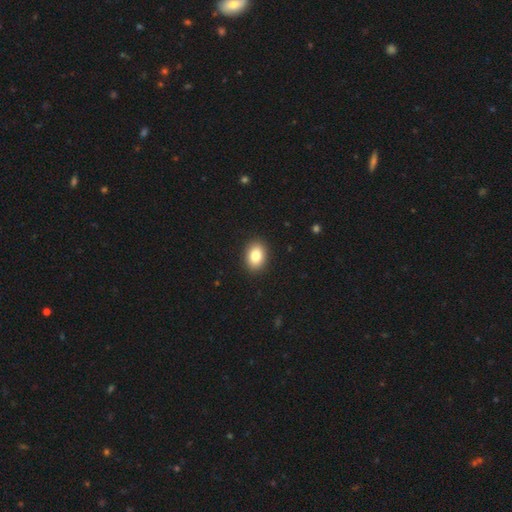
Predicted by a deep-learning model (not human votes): This is clearly a smooth galaxy (84%). How rounded: likely in between (72%). Merging: clearly none (91%).